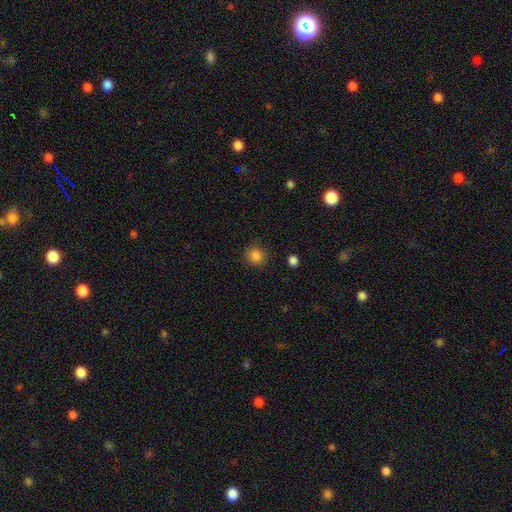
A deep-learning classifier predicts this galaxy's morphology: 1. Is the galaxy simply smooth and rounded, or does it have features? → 85% smooth, 11% star or artifact, 4% featured or disk.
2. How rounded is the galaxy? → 90% round, 9% in between, 1% cigar-shaped.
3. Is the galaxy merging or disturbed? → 88% none, 8% minor disturbance, 3% major disturbance, 1% merger.